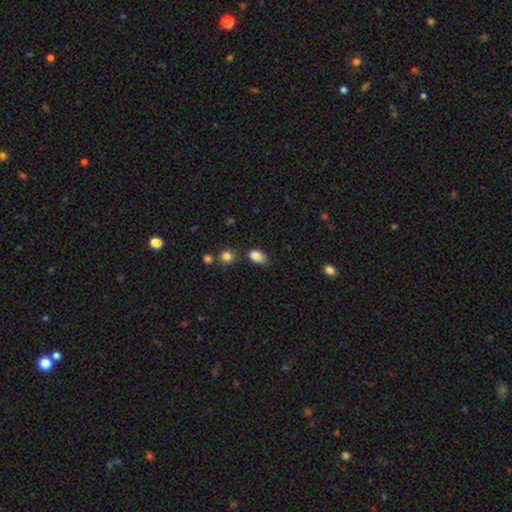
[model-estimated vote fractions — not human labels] Smooth or featured? Predicted: smooth (p=0.85). How rounded? Predicted: in between (p=0.87). Merging? Predicted: none (p=0.55).